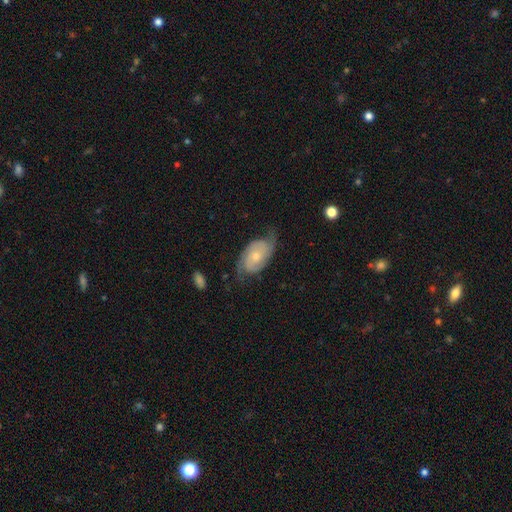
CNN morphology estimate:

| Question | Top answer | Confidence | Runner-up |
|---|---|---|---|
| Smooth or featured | featured or disk | 79% | smooth (15%) |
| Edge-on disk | no | 95% | yes (5%) |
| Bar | no | 72% | weak (23%) |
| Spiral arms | yes | 95% | no (5%) |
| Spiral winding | medium | 41% | tight (37%) |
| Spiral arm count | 2 | 85% | can't tell (8%) |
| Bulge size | small | 55% | moderate (39%) |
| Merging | none | 66% | minor disturbance (22%) |